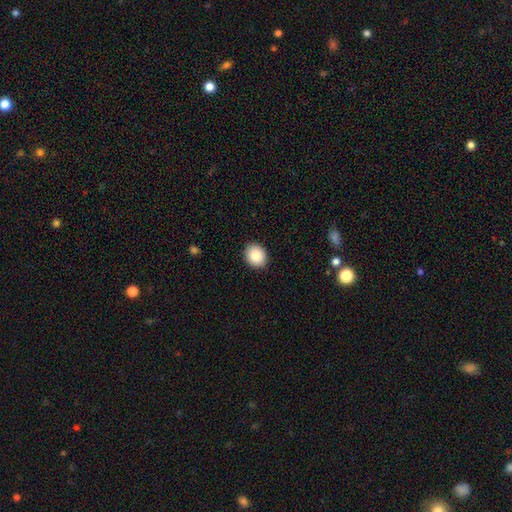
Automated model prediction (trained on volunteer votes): A smooth galaxy with no disk features (84%) that is round (68%).

Vote fractions:
- Smooth or featured? smooth: 84% / star or artifact: 9% / featured or disk: 7%
- How rounded? round: 68% / in between: 31% / cigar-shaped: 1%
- Merging? none: 91% / minor disturbance: 7% / major disturbance: 2% / merger: 1%